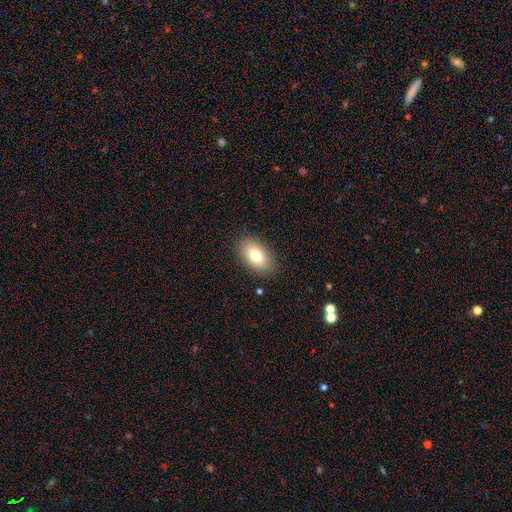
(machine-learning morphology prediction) This appears to be a smooth galaxy with no disk features (77%) that is in between round and cigar-shaped (91%). Merging: none (87%).